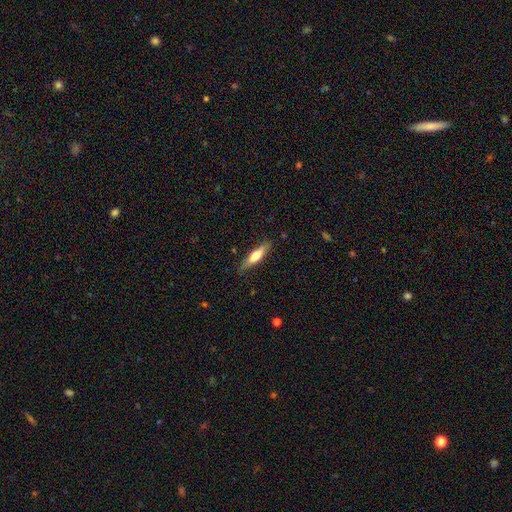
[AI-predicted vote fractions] smooth-or-featured: smooth: 55% | featured or disk: 40% | star or artifact: 5%
  how-rounded: cigar-shaped: 76% | in between: 22% | round: 2%
  merging: none: 82% | minor disturbance: 14% | major disturbance: 3% | merger: 1%